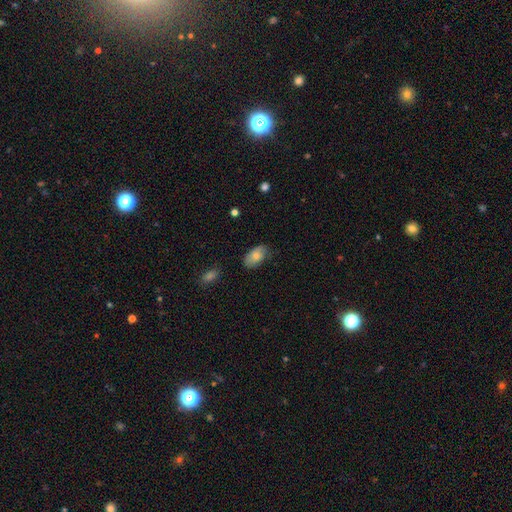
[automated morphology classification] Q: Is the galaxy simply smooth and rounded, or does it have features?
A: smooth — 76%.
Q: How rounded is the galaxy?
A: in between — 93%.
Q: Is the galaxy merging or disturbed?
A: none — 71%.